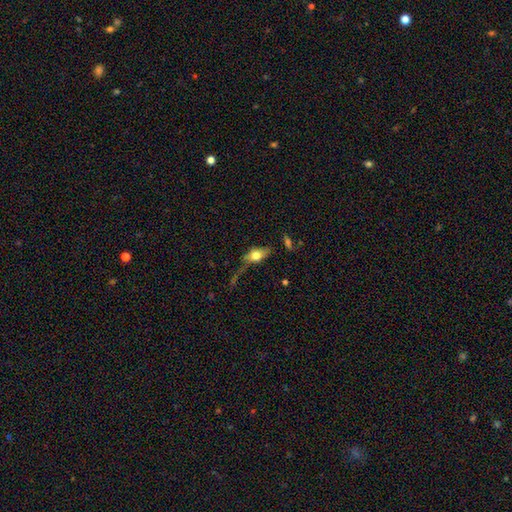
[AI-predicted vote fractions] A smooth galaxy with no disk features (64%) that is in between round and cigar-shaped (77%).

Vote fractions:
- Smooth or featured? smooth: 64% / featured or disk: 27% / star or artifact: 9%
- How rounded? in between: 77% / cigar-shaped: 13% / round: 11%
- Merging? none: 39% / major disturbance: 26% / minor disturbance: 26% / merger: 9%